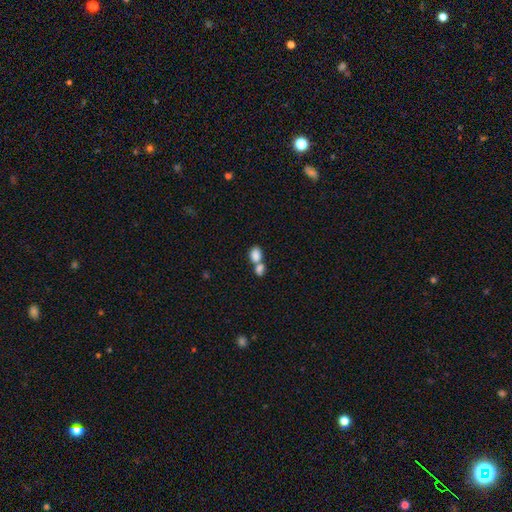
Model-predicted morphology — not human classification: Smooth or featured: smooth — 83% (featured or disk — 9%)
How rounded: in between — 75% (round — 23%)
Merging: merger — 64% (none — 26%)